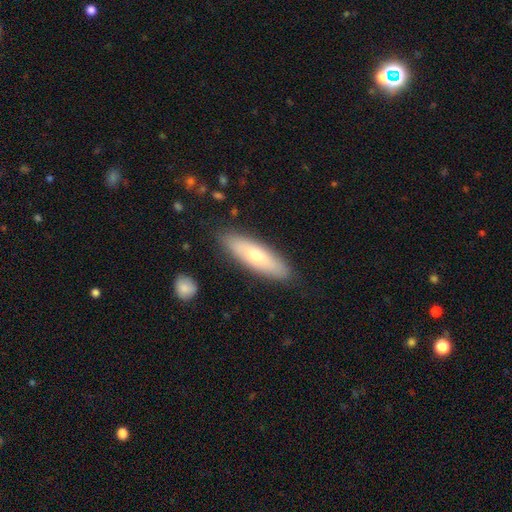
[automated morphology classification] smooth_or_featured: smooth (p=0.62) [alt: featured or disk p=0.32]
how_rounded: cigar-shaped (p=0.54) [alt: in between p=0.44]
merging: none (p=0.86) [alt: minor disturbance p=0.10]